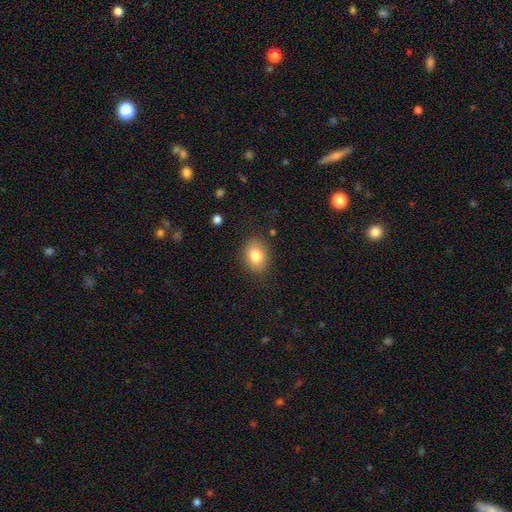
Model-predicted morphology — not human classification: Smooth or featured?
  - smooth: 81% *
  - featured or disk: 10%
  - star or artifact: 9%
How rounded?
  - in between: 67% *
  - round: 32%
  - cigar-shaped: 1%
Merging?
  - none: 85% *
  - minor disturbance: 11%
  - major disturbance: 3%
  - merger: 1%